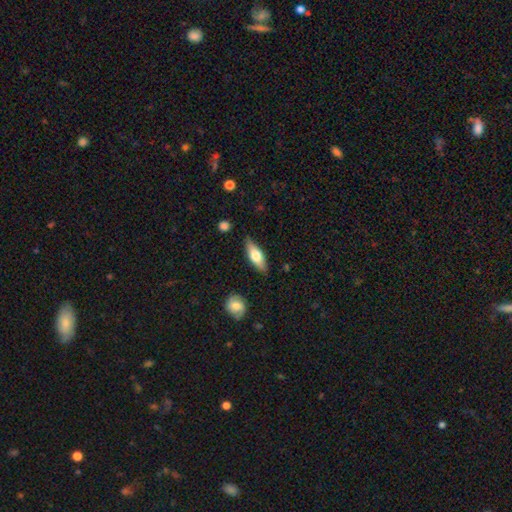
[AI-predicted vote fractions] Q: Smooth or featured?
A: smooth (59%); runner-up: featured or disk (35%)
Q: How rounded?
A: in between (61%); runner-up: cigar-shaped (36%)
Q: Merging?
A: none (83%); runner-up: minor disturbance (13%)